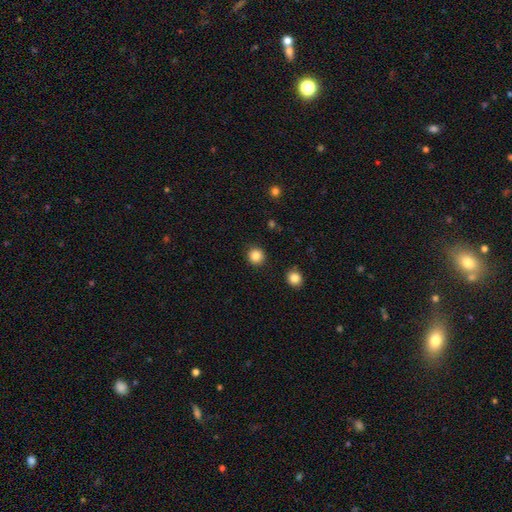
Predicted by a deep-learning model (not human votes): smooth-or-featured: smooth: 85% | star or artifact: 11% | featured or disk: 4%
  how-rounded: round: 93% | in between: 6% | cigar-shaped: 1%
  merging: none: 92% | minor disturbance: 5% | major disturbance: 2% | merger: 1%